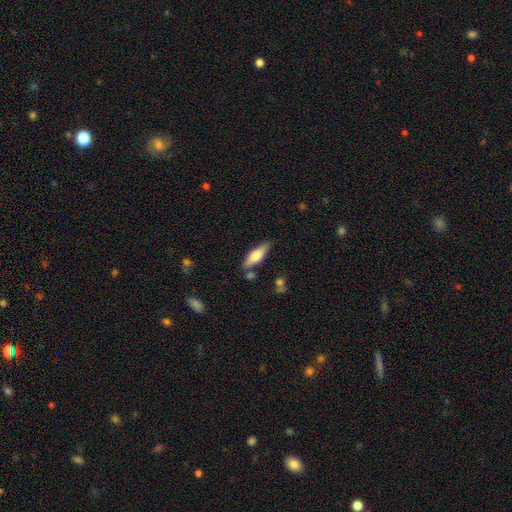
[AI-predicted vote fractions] The model was most divided on "how rounded" (2-way tie): cigar-shaped: 49%, in between: 49%, round: 2%. More confident: merging — none (77%); smooth or featured — smooth (63%).